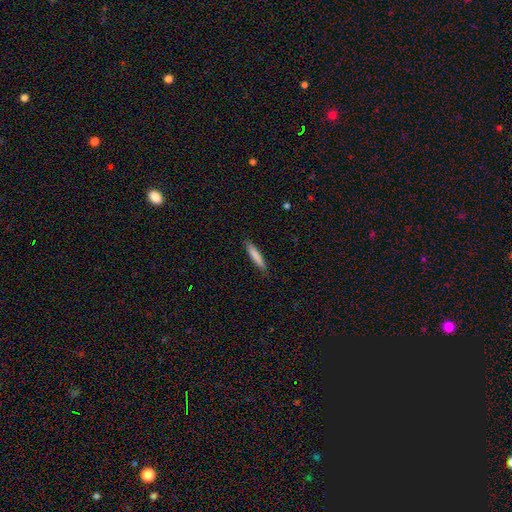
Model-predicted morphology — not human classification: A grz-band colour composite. It shows a smooth galaxy with no disk features (83%) that is cigar-shaped (91%). Merging: none (88%).